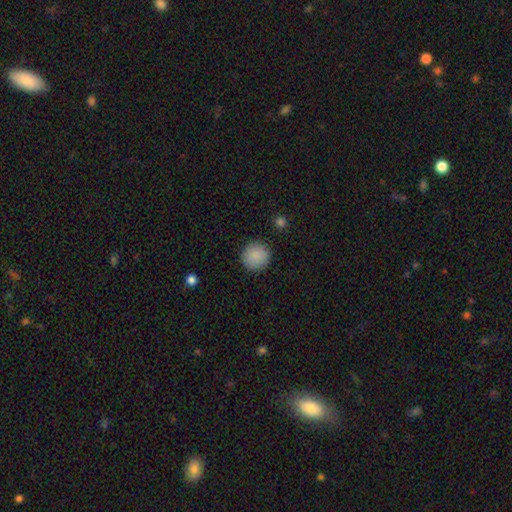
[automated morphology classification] Smooth or featured: smooth — 88% (star or artifact — 8%)
How rounded: round — 93% (in between — 6%)
Merging: none — 90% (minor disturbance — 7%)